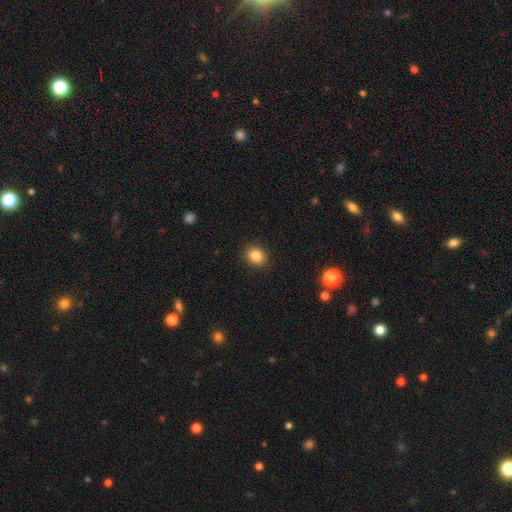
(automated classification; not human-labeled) The model was most divided on "how rounded": round: 65%, in between: 34%, cigar-shaped: 1%. More confident: merging — none (90%); smooth or featured — smooth (85%).